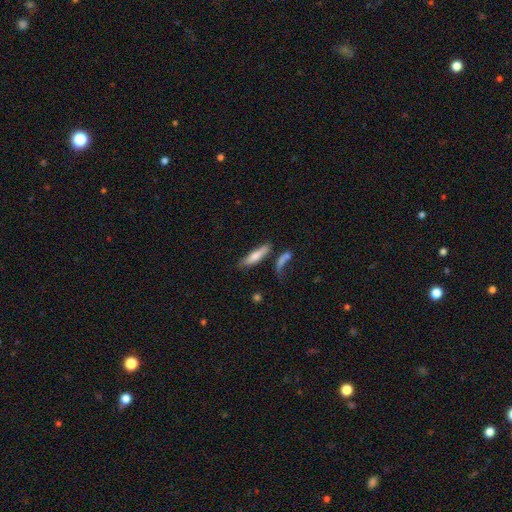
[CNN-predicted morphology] Smooth or featured? smooth (69%)
How rounded? cigar-shaped (73%)
Merging? none (61%)